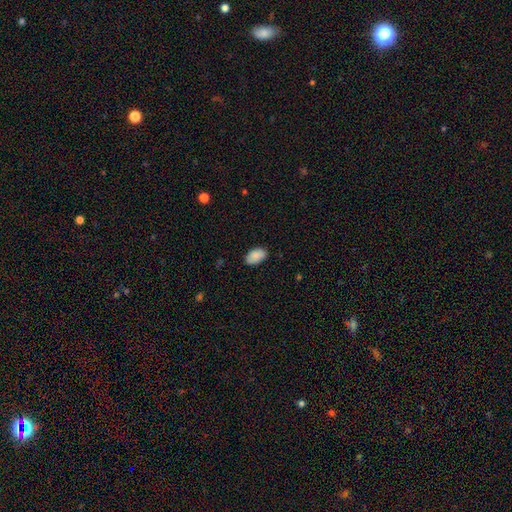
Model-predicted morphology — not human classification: type=smooth (88%); roundness=in between (93%); merging=none (82%).